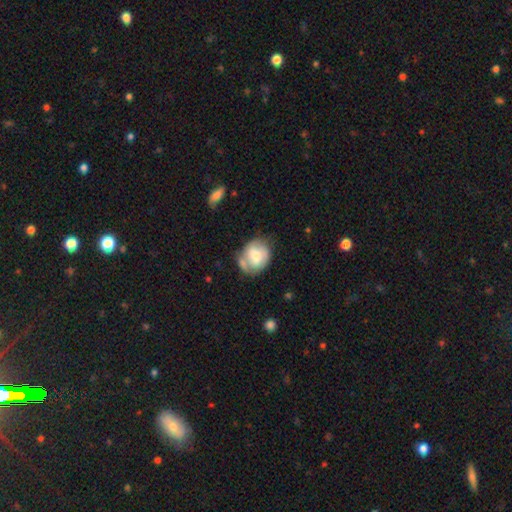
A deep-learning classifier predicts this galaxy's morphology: A smooth galaxy with no disk features (49%). Merging: none (43%).